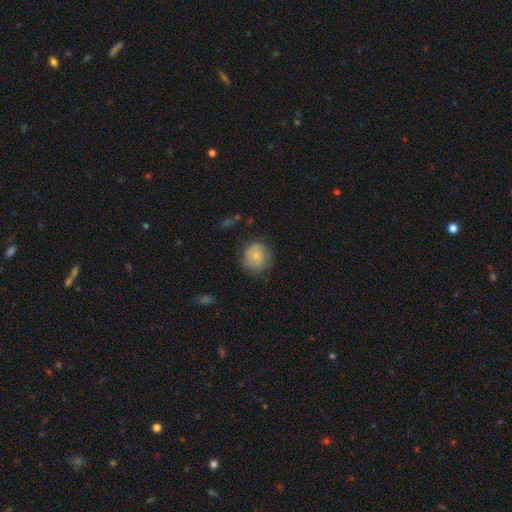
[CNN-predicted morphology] smooth_or_featured: smooth (p=0.79) [alt: featured or disk p=0.13]
how_rounded: round (p=0.86) [alt: in between p=0.13]
merging: none (p=0.73) [alt: minor disturbance p=0.20]